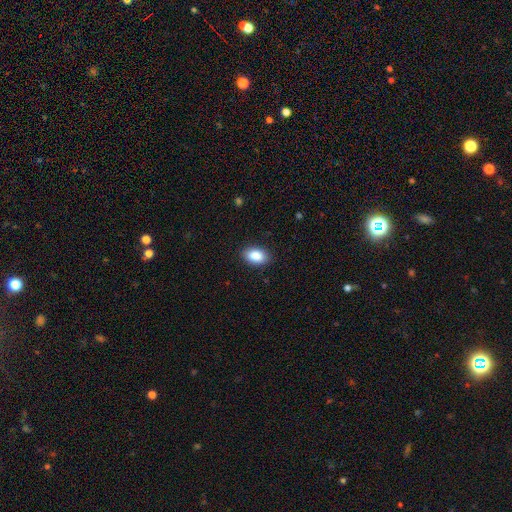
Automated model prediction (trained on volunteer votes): Overall: smooth (88%). How rounded: in between (90%). Merging: none (88%).